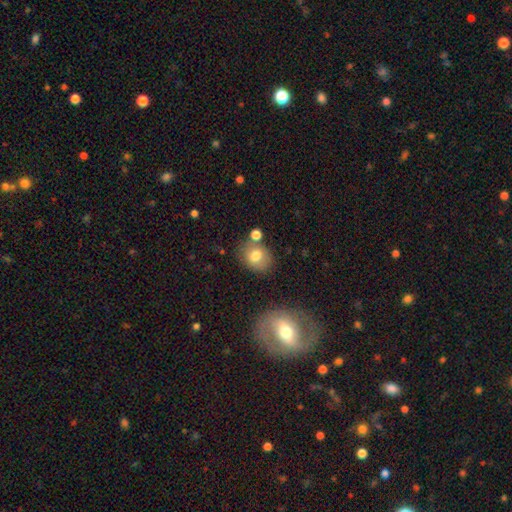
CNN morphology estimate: A smooth galaxy with no disk features (76%) that is round (60%). Merging: none (66%).